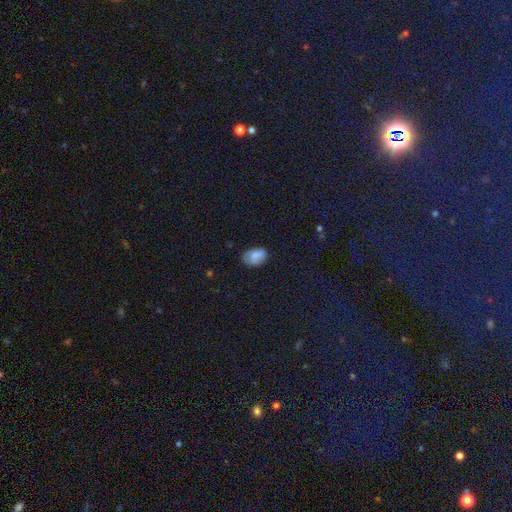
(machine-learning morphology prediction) The model was most divided on "merging": none: 68%, minor disturbance: 25%, major disturbance: 6%, merger: 1%. More confident: how rounded — in between (85%); smooth or featured — smooth (77%).